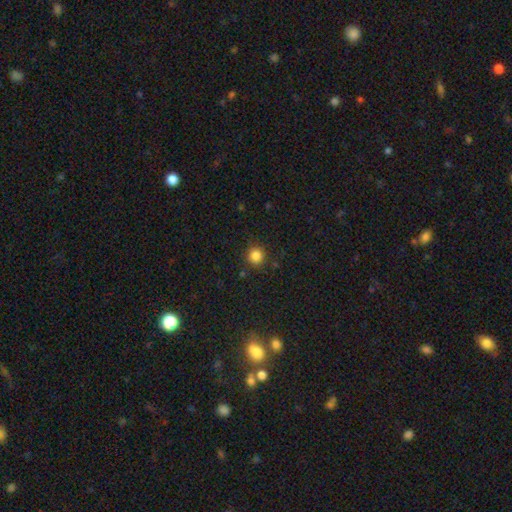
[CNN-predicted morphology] smooth-or-featured: smooth: 84% | star or artifact: 12% | featured or disk: 4%
  how-rounded: round: 93% | in between: 6% | cigar-shaped: 1%
  merging: none: 88% | minor disturbance: 8% | major disturbance: 3% | merger: 2%